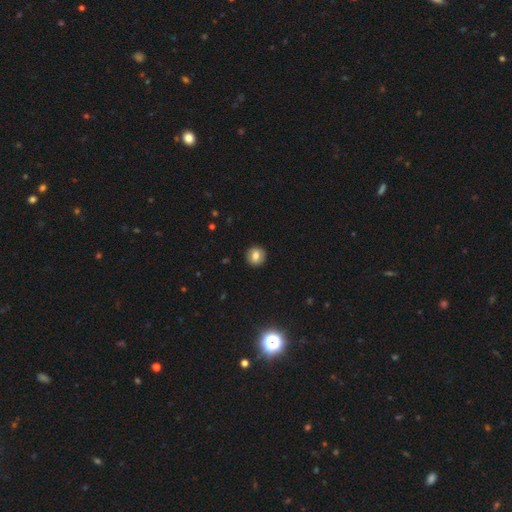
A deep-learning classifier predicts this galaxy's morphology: This appears to be a smooth galaxy with no disk features (75%) that is round (90%). Merging: none (91%).